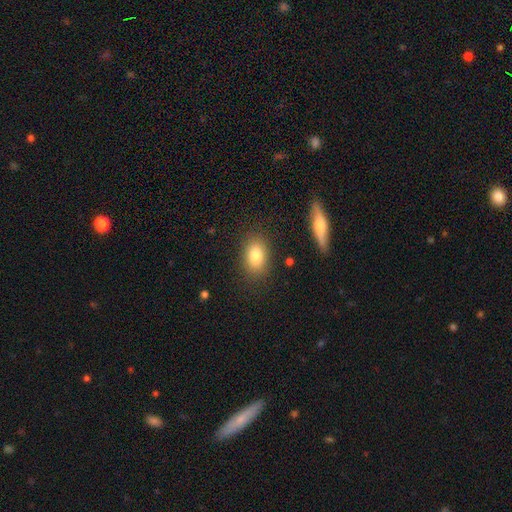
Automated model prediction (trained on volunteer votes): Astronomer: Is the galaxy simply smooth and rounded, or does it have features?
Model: smooth — 81%.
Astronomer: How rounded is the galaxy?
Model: in between — 78%.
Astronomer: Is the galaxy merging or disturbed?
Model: none — 84%.